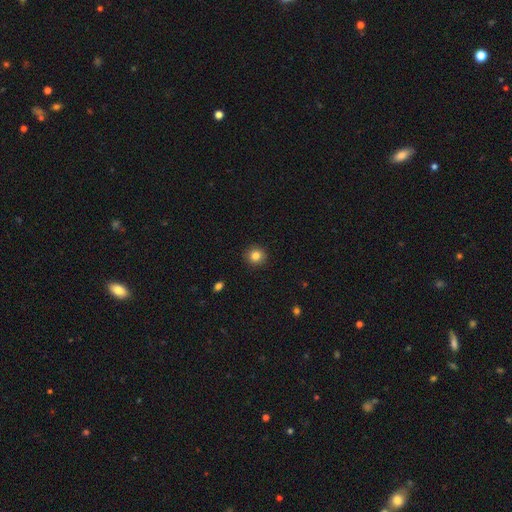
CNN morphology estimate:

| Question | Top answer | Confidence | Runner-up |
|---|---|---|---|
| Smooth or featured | smooth | 83% | star or artifact (11%) |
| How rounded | round | 90% | in between (9%) |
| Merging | none | 92% | minor disturbance (5%) |